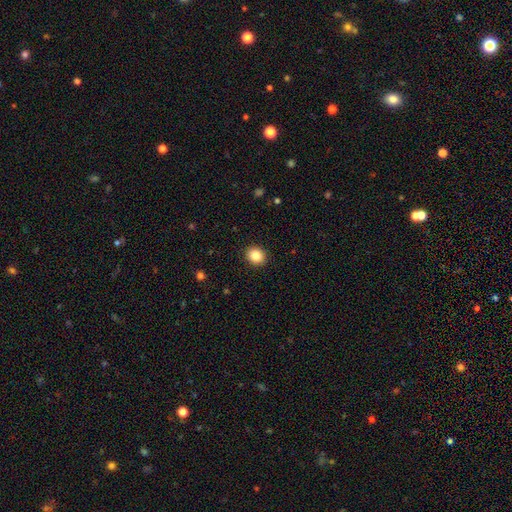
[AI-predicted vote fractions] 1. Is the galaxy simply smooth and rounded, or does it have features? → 85% smooth, 9% star or artifact, 6% featured or disk.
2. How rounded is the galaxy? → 68% round, 31% in between, 1% cigar-shaped.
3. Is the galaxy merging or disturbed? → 91% none, 6% minor disturbance, 2% major disturbance, 1% merger.